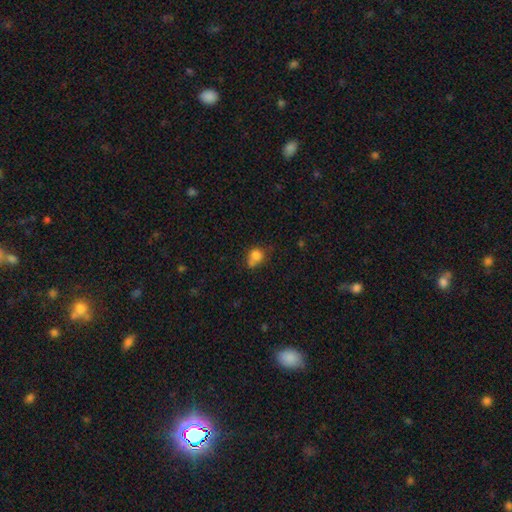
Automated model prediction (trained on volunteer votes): A smooth galaxy with no disk features (79%) that is round (73%). Merging: none (45%).